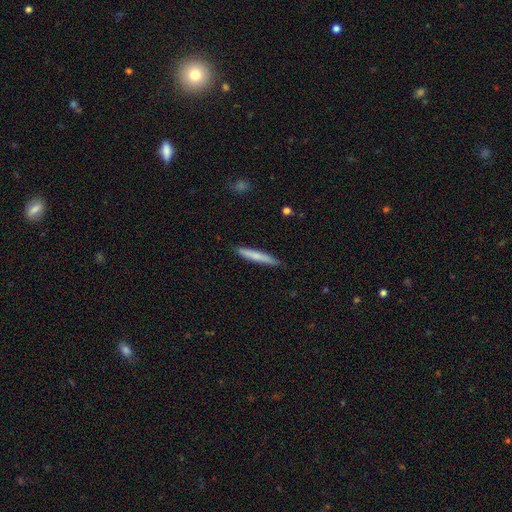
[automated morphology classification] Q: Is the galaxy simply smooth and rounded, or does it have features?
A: smooth — 69%.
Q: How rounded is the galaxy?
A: cigar-shaped — 95%.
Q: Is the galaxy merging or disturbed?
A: none — 87%.